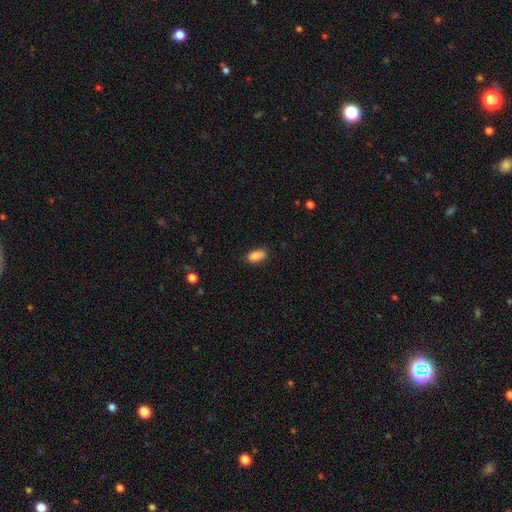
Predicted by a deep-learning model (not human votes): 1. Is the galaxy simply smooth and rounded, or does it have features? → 84% smooth, 8% featured or disk, 8% star or artifact.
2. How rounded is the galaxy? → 89% in between, 7% cigar-shaped, 4% round.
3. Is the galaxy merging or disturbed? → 81% none, 15% minor disturbance, 3% major disturbance, 2% merger.